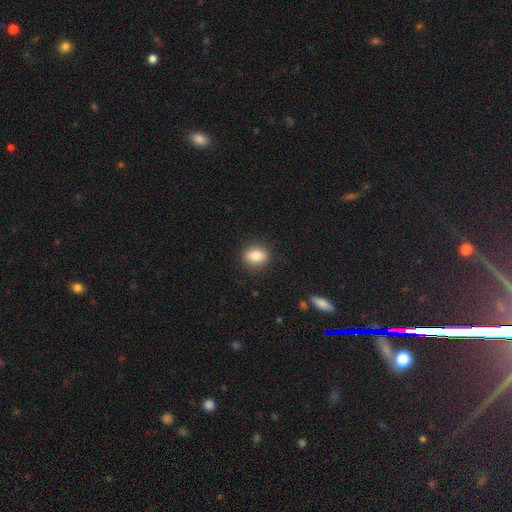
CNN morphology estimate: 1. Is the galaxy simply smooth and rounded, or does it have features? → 85% smooth, 8% star or artifact, 7% featured or disk.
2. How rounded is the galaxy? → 58% in between, 40% round, 2% cigar-shaped.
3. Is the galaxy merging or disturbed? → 87% none, 9% minor disturbance, 3% major disturbance, 1% merger.